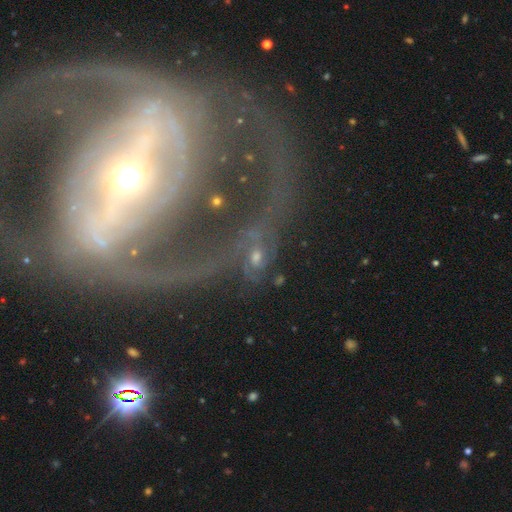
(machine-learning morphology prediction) This appears to be a featured or disk galaxy (59%) with no bar (44%), spiral arms (76%) and a moderate central bulge (45%). Merging: none (49%).